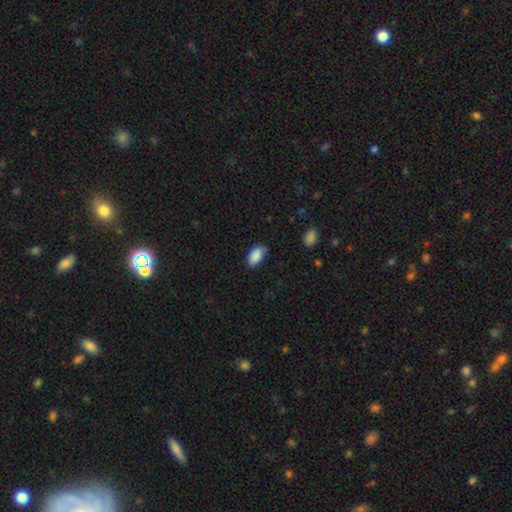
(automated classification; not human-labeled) This is clearly a smooth galaxy (88%). How rounded: clearly in between (94%). Merging: likely none (73%).